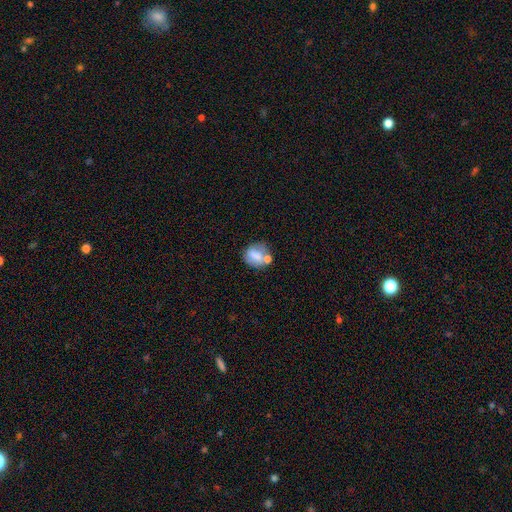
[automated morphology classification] Overall: smooth (68%). How rounded: round (60%; in between 38%). Merging: none (45%; merger 26%).